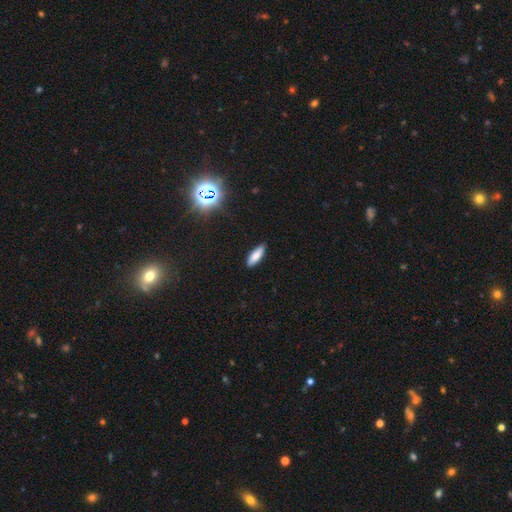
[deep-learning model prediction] This is clearly a smooth galaxy (80%). How rounded: possibly in between (57%). Merging: clearly none (87%).